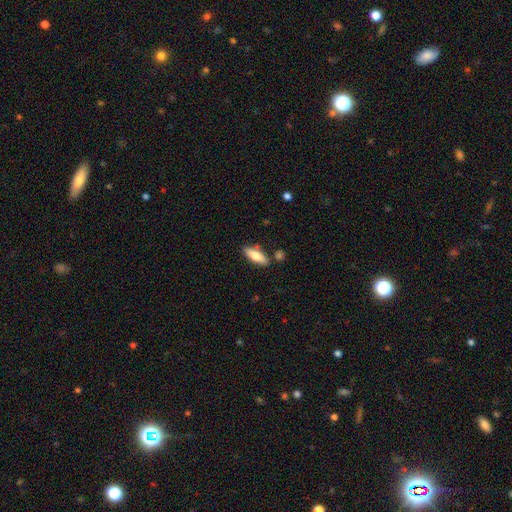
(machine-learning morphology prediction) The model was most divided on "how rounded": in between: 55%, cigar-shaped: 43%, round: 2%. More confident: merging — none (82%); smooth or featured — smooth (70%).